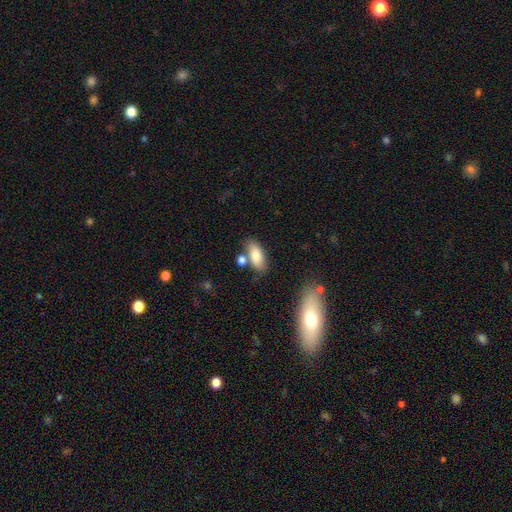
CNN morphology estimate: Smooth or featured: smooth — 81% (featured or disk — 12%)
How rounded: in between — 85% (cigar-shaped — 11%)
Merging: none — 67% (merger — 15%)